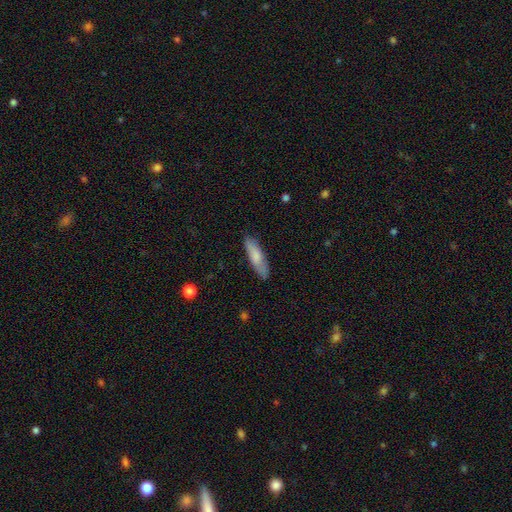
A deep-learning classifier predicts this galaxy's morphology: smooth 72%, featured or disk 22%, star or artifact 6%. Down the decision tree: how rounded — cigar-shaped (56%); merging — none (81%).